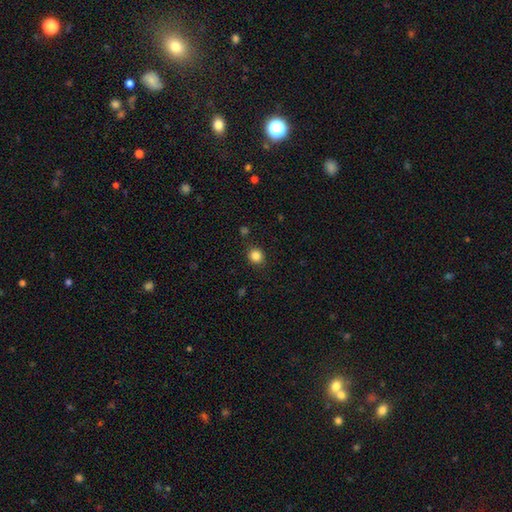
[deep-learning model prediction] A smooth galaxy with no disk features (85%) that is round (83%).

Vote fractions:
- Smooth or featured? smooth: 85% / star or artifact: 11% / featured or disk: 4%
- How rounded? round: 83% / in between: 16% / cigar-shaped: 1%
- Merging? none: 87% / minor disturbance: 8% / major disturbance: 3% / merger: 2%